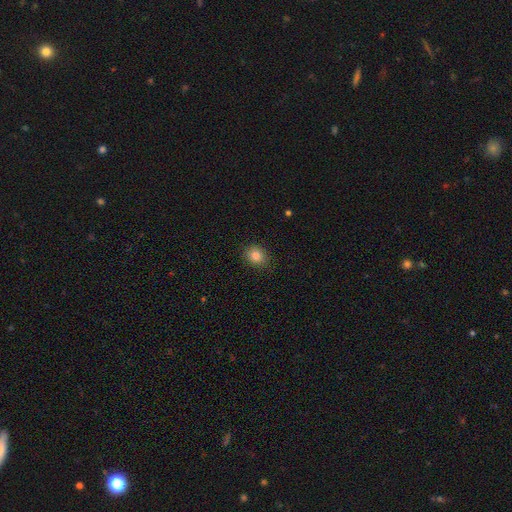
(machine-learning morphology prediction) A smooth galaxy with no disk features (84%) that is round (64%).

Vote fractions:
- Smooth or featured? smooth: 84% / star or artifact: 10% / featured or disk: 6%
- How rounded? round: 64% / in between: 36% / cigar-shaped: 1%
- Merging? none: 85% / minor disturbance: 12% / major disturbance: 2% / merger: 1%